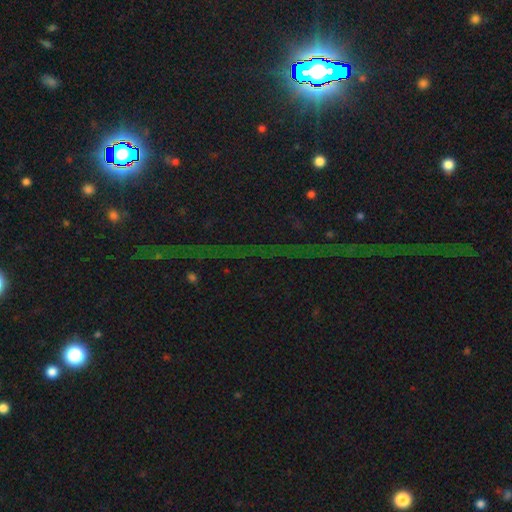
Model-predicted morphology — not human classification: This appears to be a star or artifact, not a galaxy (82%).